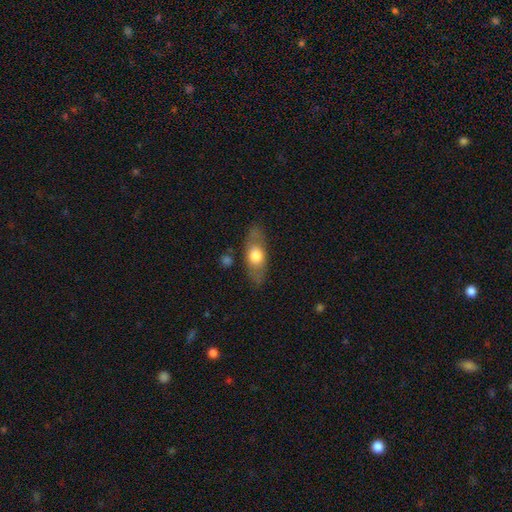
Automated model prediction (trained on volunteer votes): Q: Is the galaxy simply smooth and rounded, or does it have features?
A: smooth — 60%.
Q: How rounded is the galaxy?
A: in between — 67%.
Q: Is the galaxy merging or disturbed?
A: none — 79%.